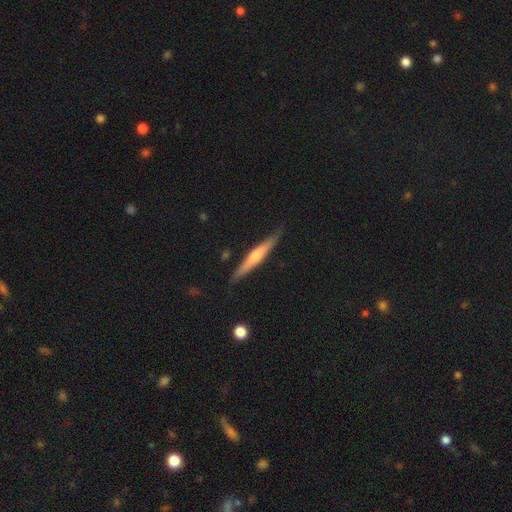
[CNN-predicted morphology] Smooth or featured?
  - featured or disk: 62% *
  - smooth: 32%
  - star or artifact: 6%
Edge-on disk?
  - yes: 97% *
  - no: 3%
Edge-on bulge?
  - rounded: 77% *
  - none: 15%
  - boxy: 8%
Merging?
  - none: 87% *
  - minor disturbance: 10%
  - major disturbance: 2%
  - merger: 2%